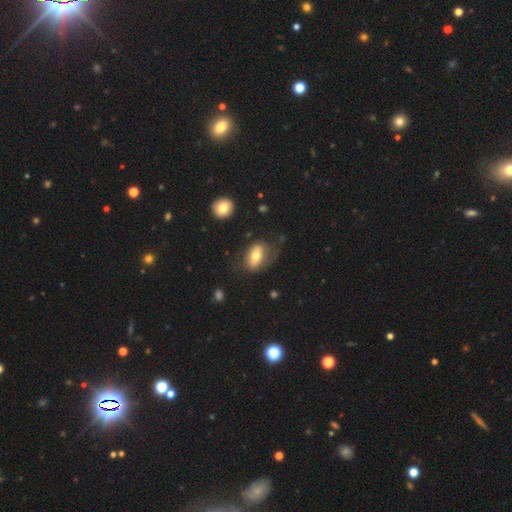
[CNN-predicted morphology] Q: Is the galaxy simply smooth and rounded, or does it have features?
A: smooth — 60%.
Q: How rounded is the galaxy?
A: in between — 85%.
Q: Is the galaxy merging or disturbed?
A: none — 53%.